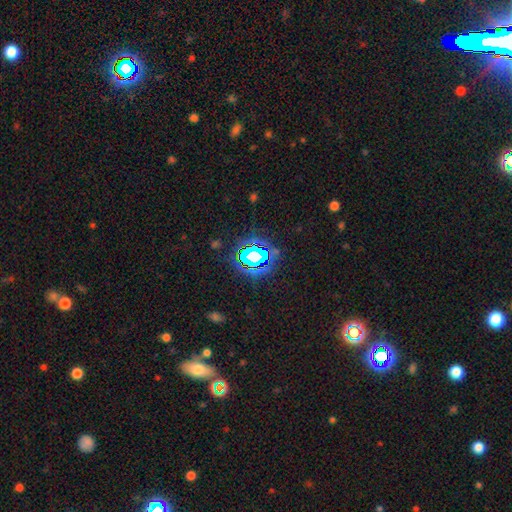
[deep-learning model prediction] smooth_or_featured: star or artifact (p=0.70) [alt: smooth p=0.18]